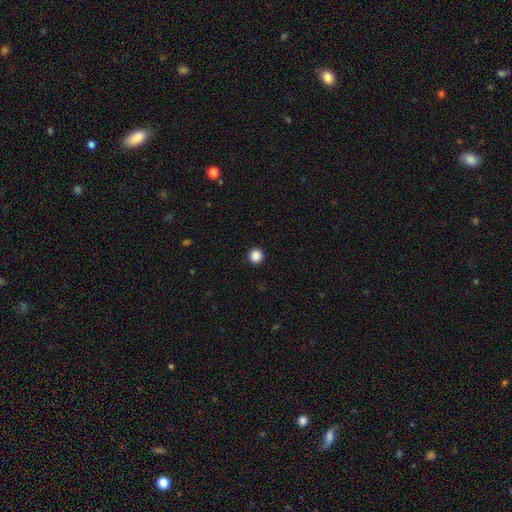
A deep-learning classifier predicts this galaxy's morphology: smooth-or-featured: smooth: 88% | star or artifact: 10% | featured or disk: 2%
  how-rounded: round: 96% | in between: 3% | cigar-shaped: 1%
  merging: none: 93% | minor disturbance: 4% | major disturbance: 2% | merger: 1%